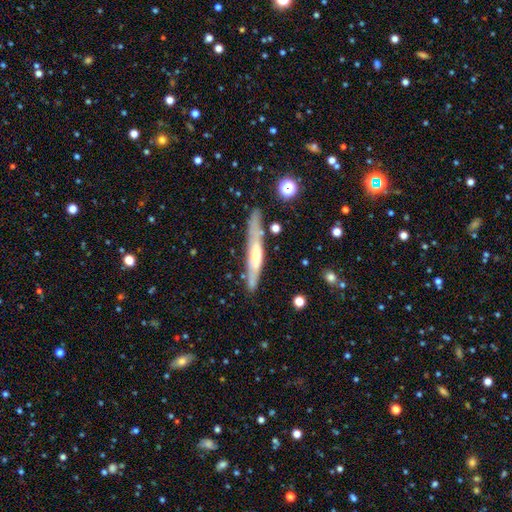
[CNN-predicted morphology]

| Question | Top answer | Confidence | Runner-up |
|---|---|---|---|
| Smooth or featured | featured or disk | 62% | smooth (32%) |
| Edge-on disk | yes | 83% | no (17%) |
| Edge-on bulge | rounded | 62% | none (30%) |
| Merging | none | 77% | minor disturbance (15%) |